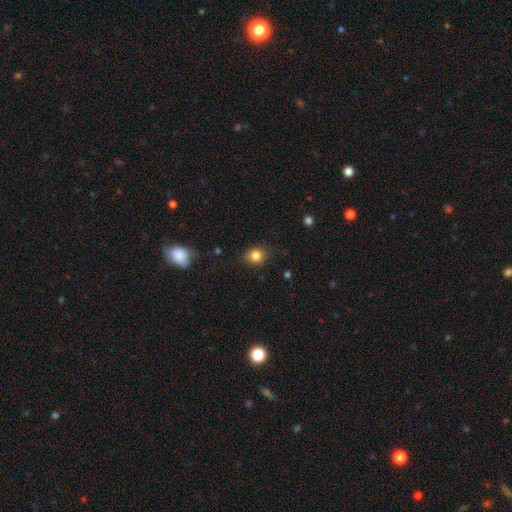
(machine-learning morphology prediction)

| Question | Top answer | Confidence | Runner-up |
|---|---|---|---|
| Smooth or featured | smooth | 83% | star or artifact (11%) |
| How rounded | round | 73% | in between (26%) |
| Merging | none | 84% | minor disturbance (12%) |